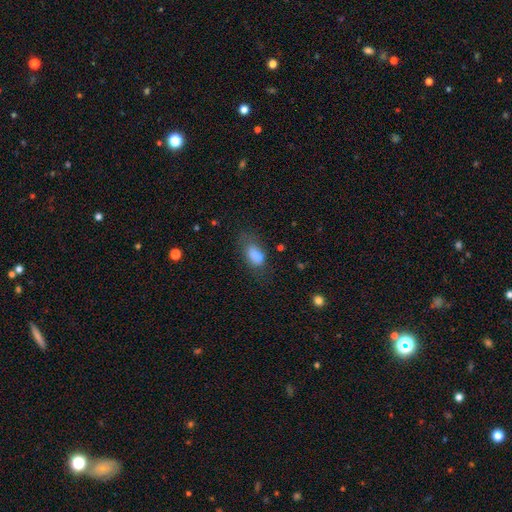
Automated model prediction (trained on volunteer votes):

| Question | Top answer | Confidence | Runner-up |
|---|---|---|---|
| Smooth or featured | smooth | 73% | featured or disk (16%) |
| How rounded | in between | 85% | round (10%) |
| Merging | none | 40% | minor disturbance (25%) |